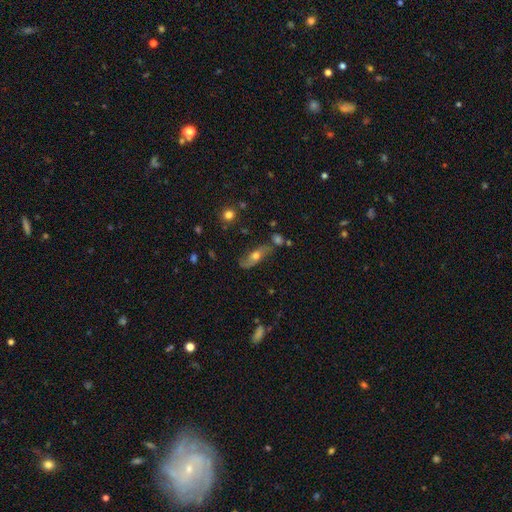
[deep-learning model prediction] A featured or disk galaxy (61%).

Vote fractions:
- Smooth or featured? featured or disk: 61% / smooth: 29% / star or artifact: 10%
- Edge-on disk? no: 75% / yes: 25%
- Merging? none: 61% / minor disturbance: 20% / merger: 10% / major disturbance: 9%